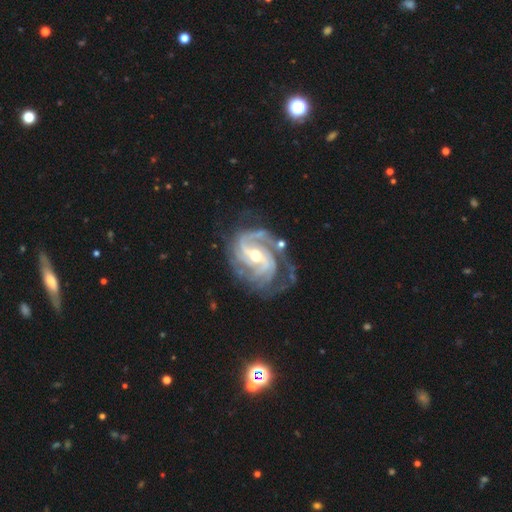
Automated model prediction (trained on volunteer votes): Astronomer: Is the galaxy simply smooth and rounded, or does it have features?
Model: featured or disk — 93%.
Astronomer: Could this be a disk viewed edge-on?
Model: no — 98%.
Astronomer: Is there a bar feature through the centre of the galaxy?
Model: weak — 45% (runner-up: strong, 28%).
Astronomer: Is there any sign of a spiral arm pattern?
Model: yes — 98%.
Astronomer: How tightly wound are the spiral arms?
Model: tight — 49% (runner-up: medium, 42%).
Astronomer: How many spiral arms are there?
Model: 2 — 36% (runner-up: 3, 32%).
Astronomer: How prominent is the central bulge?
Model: moderate — 63%.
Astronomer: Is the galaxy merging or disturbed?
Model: none — 60%.